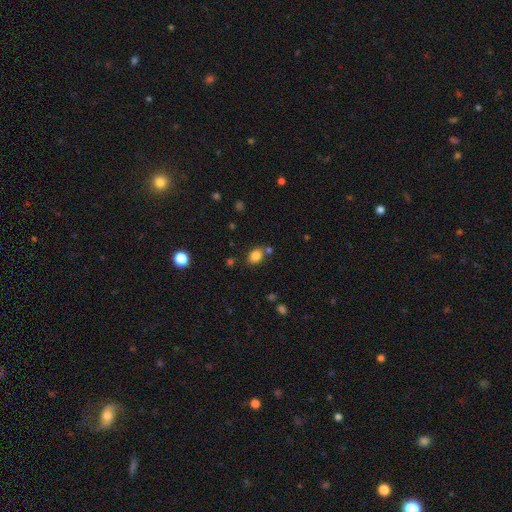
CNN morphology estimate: Smooth or featured?
  - smooth: 83% *
  - star or artifact: 11%
  - featured or disk: 6%
How rounded?
  - in between: 63% *
  - round: 36%
  - cigar-shaped: 1%
Merging?
  - none: 73% *
  - minor disturbance: 12%
  - merger: 11%
  - major disturbance: 4%